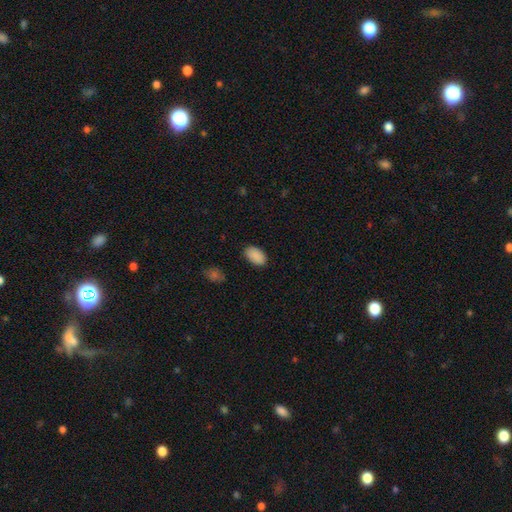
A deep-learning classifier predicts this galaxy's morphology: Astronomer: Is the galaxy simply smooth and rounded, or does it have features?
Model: smooth — 89%.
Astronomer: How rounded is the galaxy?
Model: in between — 93%.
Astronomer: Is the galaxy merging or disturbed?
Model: none — 86%.